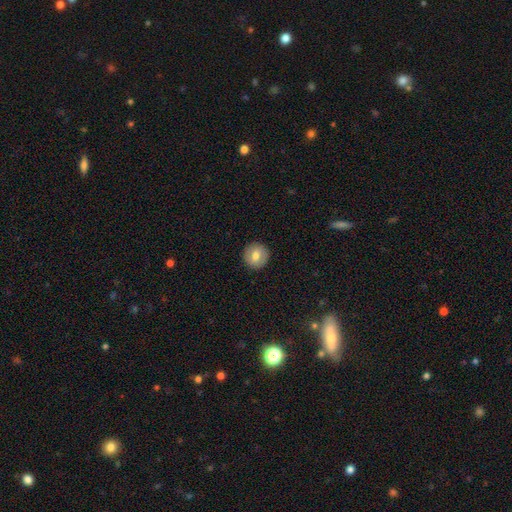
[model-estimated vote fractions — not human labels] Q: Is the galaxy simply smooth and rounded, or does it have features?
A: smooth — 73%.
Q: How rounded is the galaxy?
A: round — 94%.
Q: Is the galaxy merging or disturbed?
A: none — 92%.